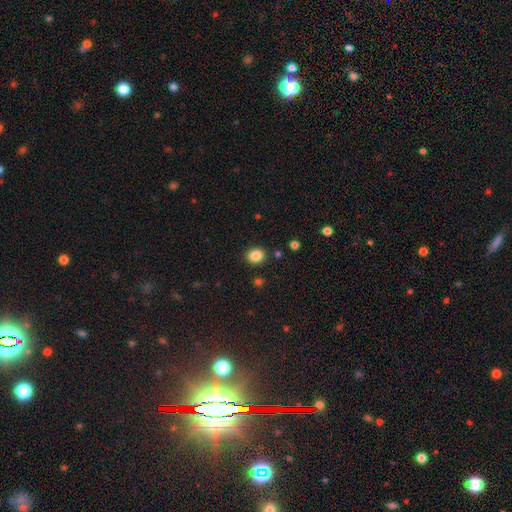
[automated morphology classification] Smooth or featured: smooth — 86% (star or artifact — 10%)
How rounded: round — 63% (in between — 37%)
Merging: none — 88% (minor disturbance — 8%)